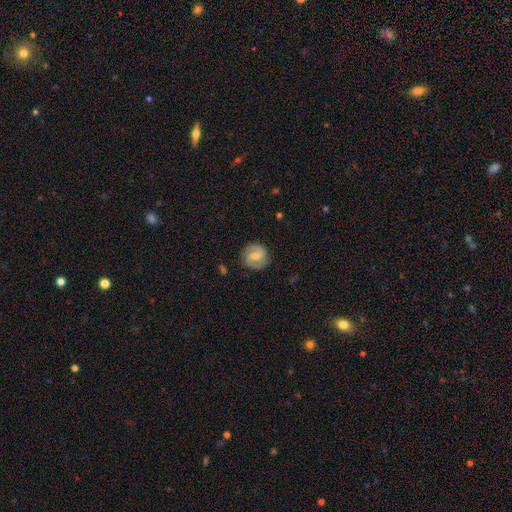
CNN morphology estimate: Smooth or featured? Predicted: featured or disk (p=0.69). Edge-on disk? Predicted: no (p=0.98). Bar? Predicted: weak (p=0.51). Spiral arms? Predicted: yes (p=0.89). Spiral winding? Predicted: medium (p=0.47). Spiral arm count? Predicted: 2 (p=0.88). Bulge size? Predicted: moderate (p=0.54). Merging? Predicted: none (p=0.85).